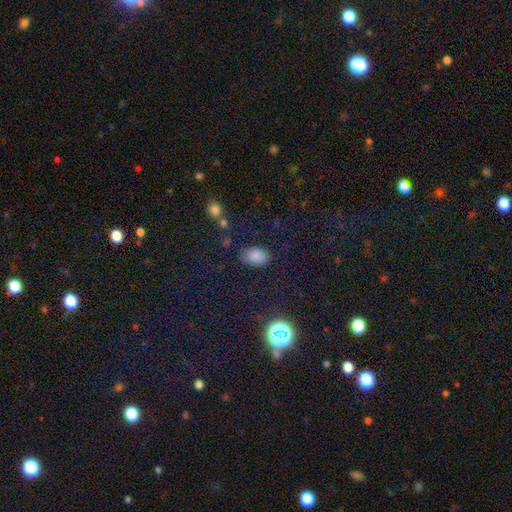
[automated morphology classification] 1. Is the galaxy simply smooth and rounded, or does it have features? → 78% smooth, 16% star or artifact, 6% featured or disk.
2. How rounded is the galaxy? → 84% in between, 15% round, 1% cigar-shaped.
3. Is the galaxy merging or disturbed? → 77% none, 16% minor disturbance, 4% major disturbance, 3% merger.